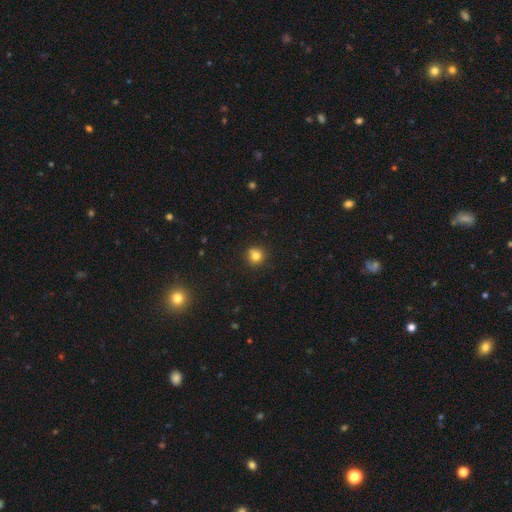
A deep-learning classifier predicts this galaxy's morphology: Overall: smooth (81%). How rounded: round (91%). Merging: none (86%).